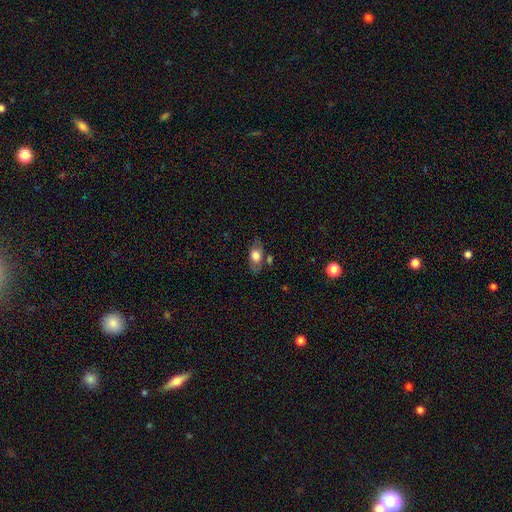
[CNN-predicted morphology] A smooth galaxy with no disk features (65%) that is in between round and cigar-shaped (83%). Merging: none (69%).